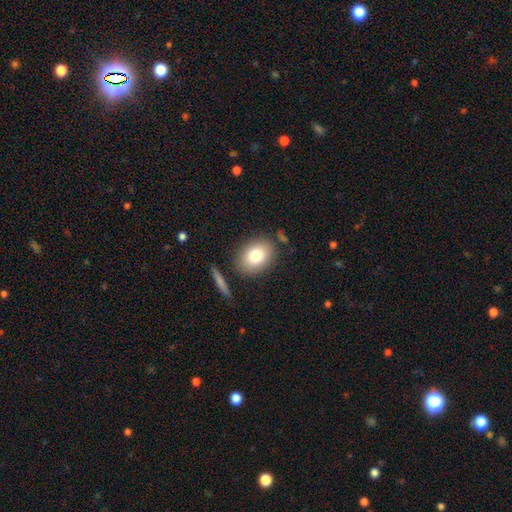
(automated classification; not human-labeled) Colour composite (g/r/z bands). It shows a smooth galaxy with no disk features (81%) that is in between round and cigar-shaped (63%). Merging: none (81%).